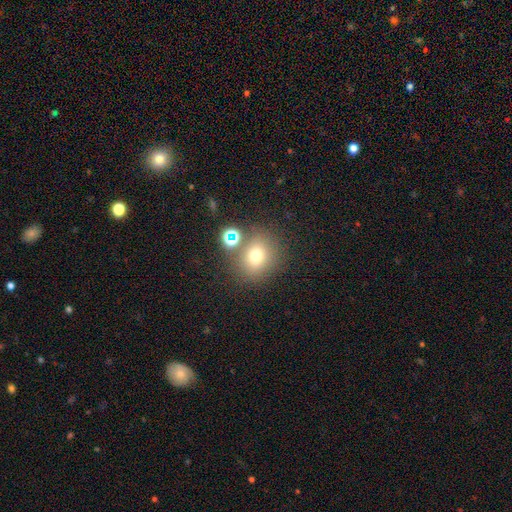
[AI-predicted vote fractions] This is likely a smooth galaxy (70%). How rounded: likely round (72%). Merging: likely none (72%).